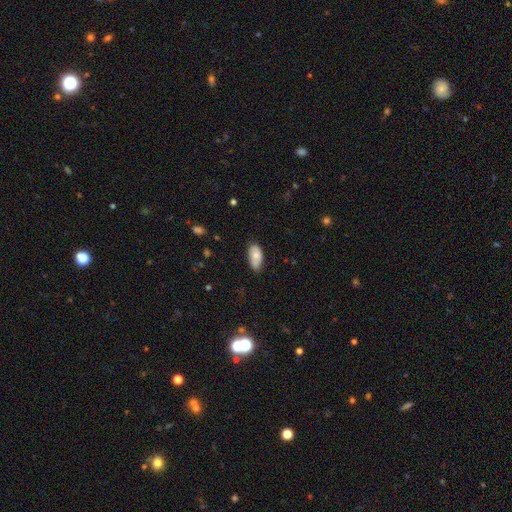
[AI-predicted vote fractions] Morphology: type=smooth (74%); roundness=in between (94%); merging=none (70%).